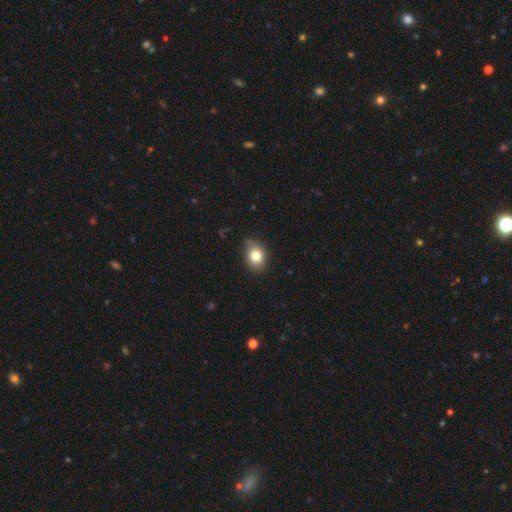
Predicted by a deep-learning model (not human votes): Q: Smooth or featured?
A: smooth (80%); runner-up: star or artifact (10%)
Q: How rounded?
A: in between (55%); runner-up: round (44%)
Q: Merging?
A: none (73%); runner-up: minor disturbance (21%)